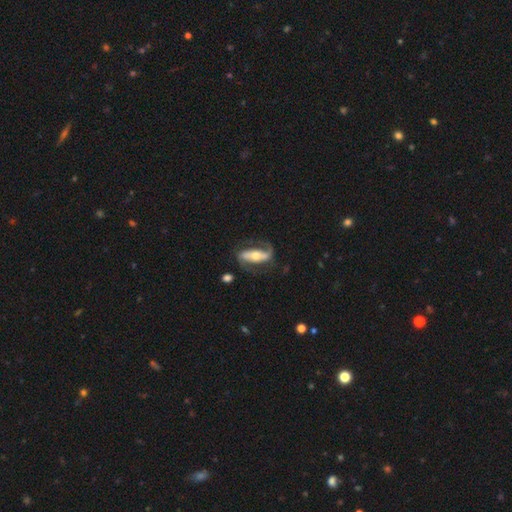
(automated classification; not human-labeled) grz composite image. It shows a featured or disk galaxy (80%) with a strong bar (57%), 2 (87%) medium (41%) spiral arms (89%) and a moderate central bulge (65%). Merging: none (69%).